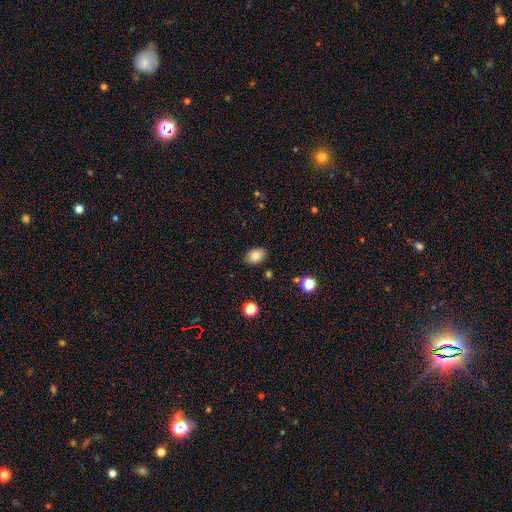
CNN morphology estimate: A smooth galaxy with no disk features (82%) that is in between round and cigar-shaped (77%). Merging: none (86%).